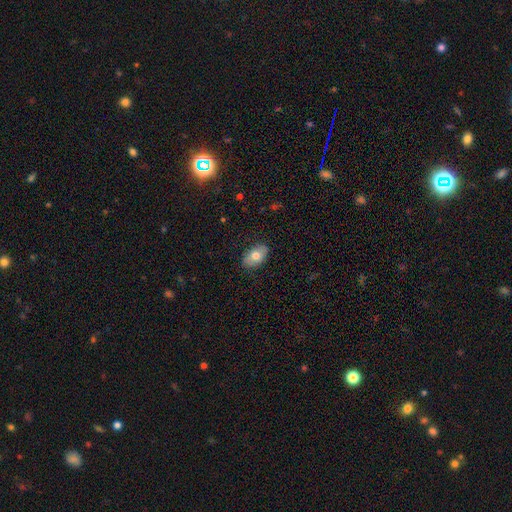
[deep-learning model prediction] smooth-or-featured: smooth: 74% | featured or disk: 19% | star or artifact: 7%
  how-rounded: in between: 91% | round: 7% | cigar-shaped: 2%
  merging: none: 85% | minor disturbance: 12% | major disturbance: 2% | merger: 1%